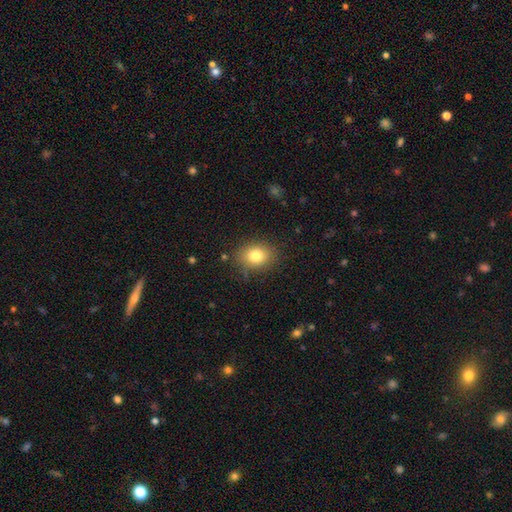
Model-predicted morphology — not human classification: smooth 80%, star or artifact 10%, featured or disk 10%. Down the decision tree: how rounded — in between (59%); merging — none (82%).